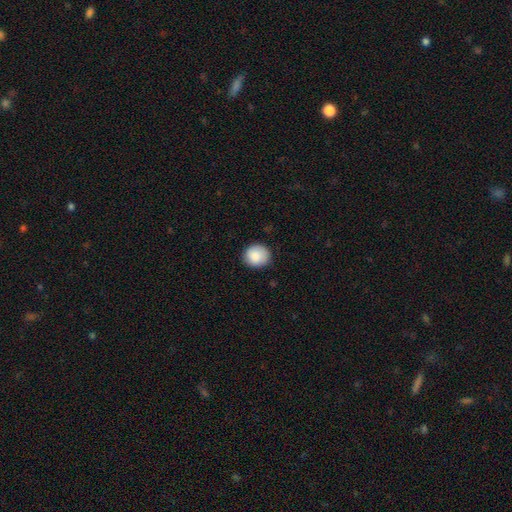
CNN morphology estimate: A smooth galaxy with no disk features (88%) that is round (85%).

Vote fractions:
- Smooth or featured? smooth: 88% / star or artifact: 7% / featured or disk: 5%
- How rounded? round: 85% / in between: 14% / cigar-shaped: 1%
- Merging? none: 85% / minor disturbance: 12% / major disturbance: 2% / merger: 1%